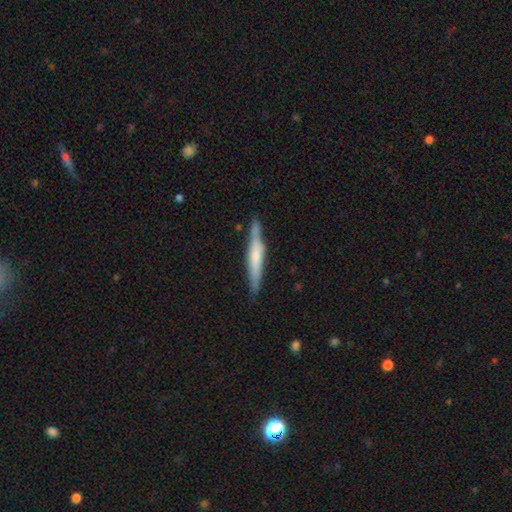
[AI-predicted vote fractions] The model was most divided on "smooth or featured": featured or disk: 50%, smooth: 45%, star or artifact: 5%. More confident: merging — none (85%).